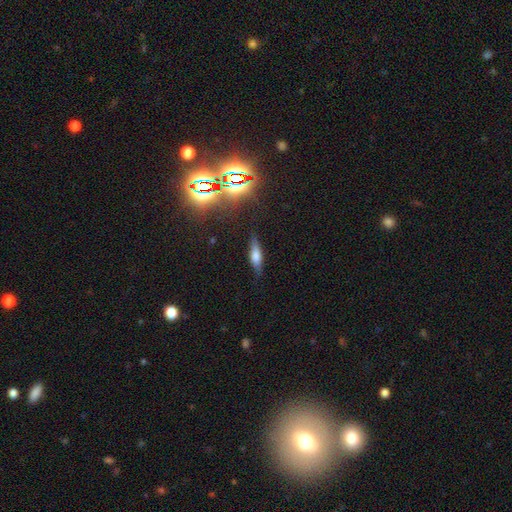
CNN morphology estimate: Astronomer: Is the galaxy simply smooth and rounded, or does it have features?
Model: smooth — 48% (runner-up: featured or disk, 40%).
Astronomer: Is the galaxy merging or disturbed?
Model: none — 80%.